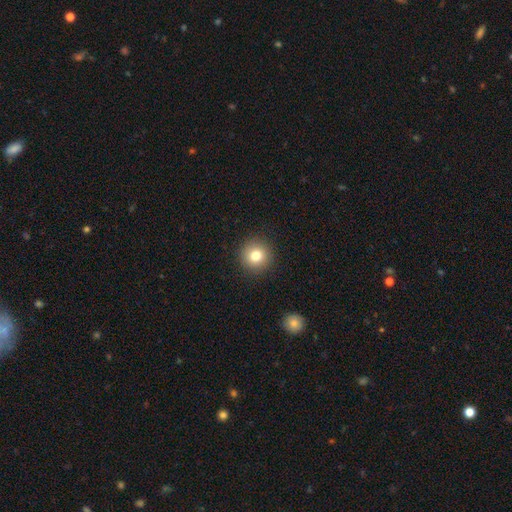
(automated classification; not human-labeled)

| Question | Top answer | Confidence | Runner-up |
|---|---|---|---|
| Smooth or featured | smooth | 80% | star or artifact (11%) |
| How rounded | round | 95% | in between (4%) |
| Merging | none | 92% | minor disturbance (5%) |